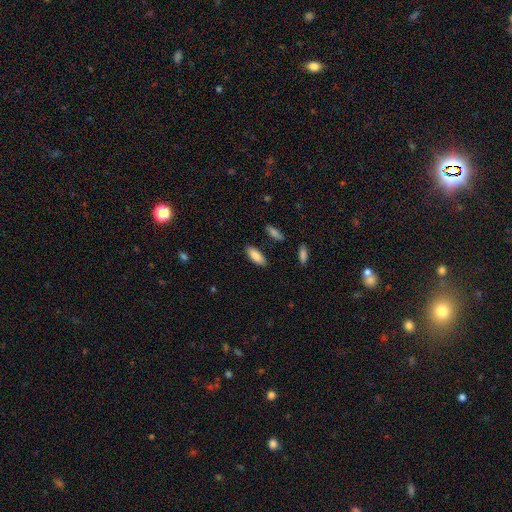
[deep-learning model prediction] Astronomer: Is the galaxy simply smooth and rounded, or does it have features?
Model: smooth — 86%.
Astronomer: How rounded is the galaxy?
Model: in between — 77%.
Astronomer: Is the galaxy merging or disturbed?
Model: none — 86%.